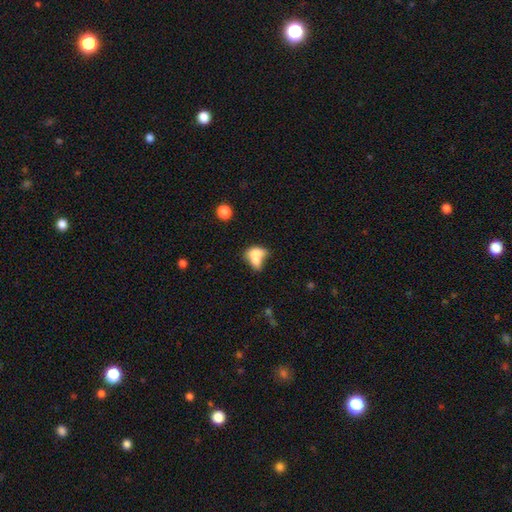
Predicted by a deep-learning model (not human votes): This appears to be a smooth galaxy with no disk features (70%) that is in between round and cigar-shaped (77%). Merging: merger (61%).